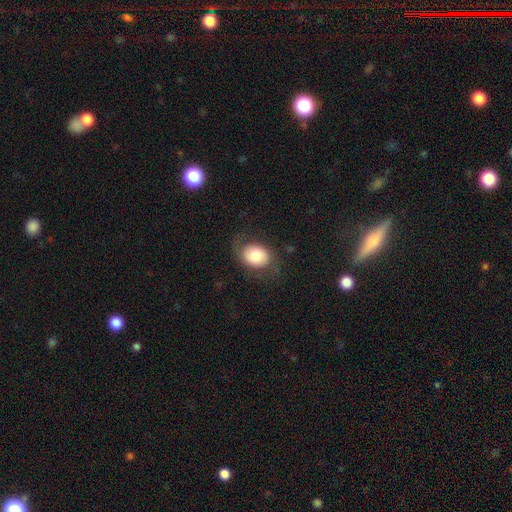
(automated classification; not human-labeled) smooth 70%, featured or disk 22%, star or artifact 8%. Down the decision tree: how rounded — in between (59%); merging — none (68%).